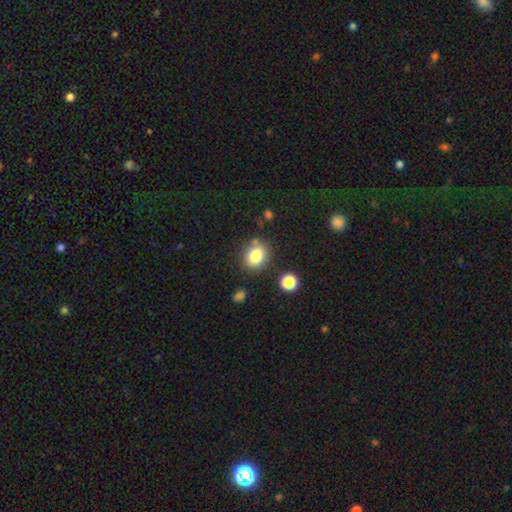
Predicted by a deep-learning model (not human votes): smooth_or_featured: smooth (p=0.81) [alt: star or artifact p=0.11]
how_rounded: round (p=0.61) [alt: in between p=0.38]
merging: none (p=0.77) [alt: minor disturbance p=0.13]